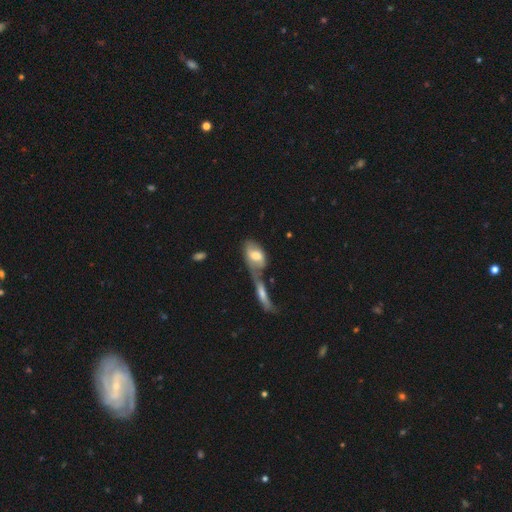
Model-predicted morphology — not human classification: This is possibly a smooth galaxy (53%). How rounded: clearly in between (87%). Merging: possibly merger (59%).